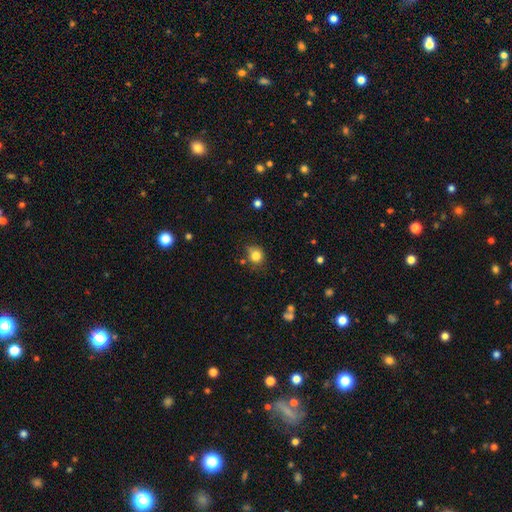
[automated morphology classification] Smooth or featured? smooth (82%)
How rounded? round (79%)
Merging? none (66%)